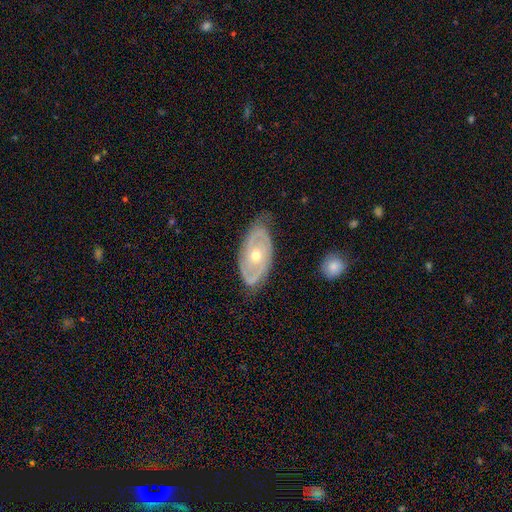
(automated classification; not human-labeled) Smooth or featured: featured or disk — 82% (smooth — 13%)
Edge-on disk: no — 93% (yes — 7%)
Bar: no — 79% (weak — 16%)
Spiral arms: yes — 83% (no — 17%)
Spiral winding: tight — 63% (medium — 28%)
Spiral arm count: 2 — 67% (can't tell — 19%)
Bulge size: moderate — 62% (small — 35%)
Merging: none — 73% (minor disturbance — 20%)